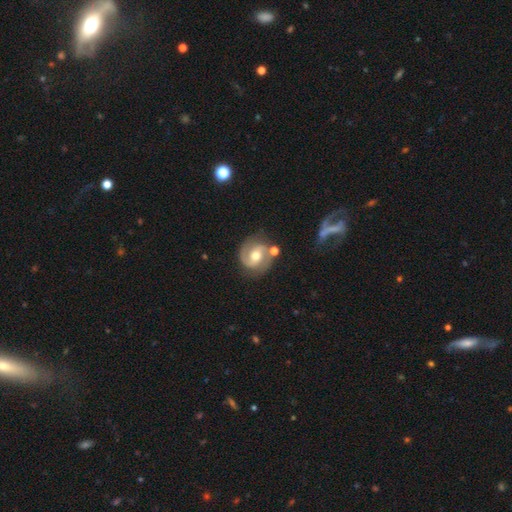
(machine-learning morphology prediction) smooth-or-featured: featured or disk: 76% | smooth: 18% | star or artifact: 6%
  disk-edge-on: no: 97% | yes: 3%
    bar: weak: 43% | no: 38% | strong: 19%
    has-spiral-arms: yes: 91% | no: 9%
      spiral-winding: medium: 50% | tight: 29% | loose: 20%
      spiral-arm-count: 2: 85% | 1: 6% | can't tell: 5% | 3: 1% | 4: 1% | more than 4: 1%
    bulge-size: moderate: 73% | small: 19% | large: 6% | none: 1% | dominant: 1%
  merging: none: 72% | minor disturbance: 15% | merger: 7% | major disturbance: 6%